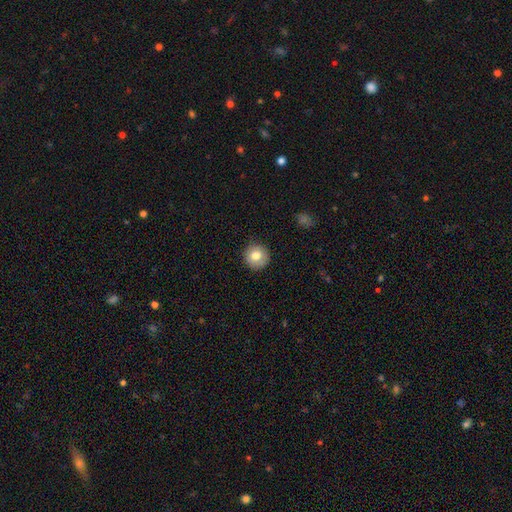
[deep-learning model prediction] A smooth galaxy with no disk features (78%) that is round (94%).

Vote fractions:
- Smooth or featured? smooth: 78% / featured or disk: 13% / star or artifact: 9%
- How rounded? round: 94% / in between: 5% / cigar-shaped: 1%
- Merging? none: 88% / minor disturbance: 9% / major disturbance: 2% / merger: 1%